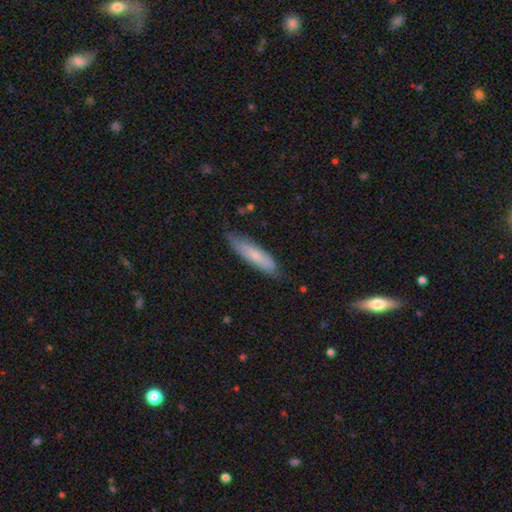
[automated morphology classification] smooth 68%, featured or disk 26%, star or artifact 6%. Down the decision tree: how rounded — cigar-shaped (74%); merging — none (77%).